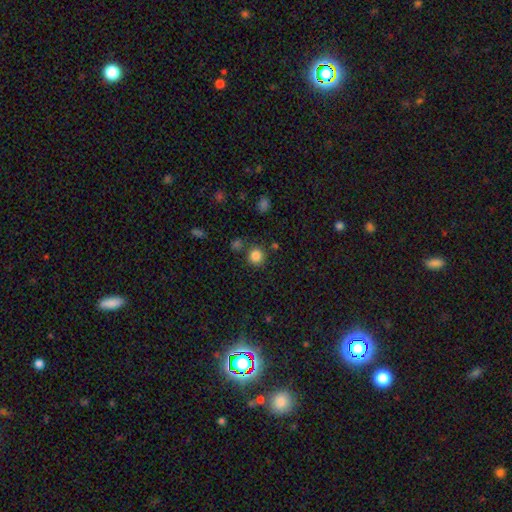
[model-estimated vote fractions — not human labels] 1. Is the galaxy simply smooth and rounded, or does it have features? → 84% smooth, 12% star or artifact, 4% featured or disk.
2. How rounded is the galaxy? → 93% round, 6% in between, 1% cigar-shaped.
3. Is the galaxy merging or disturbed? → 82% none, 8% minor disturbance, 7% merger, 3% major disturbance.